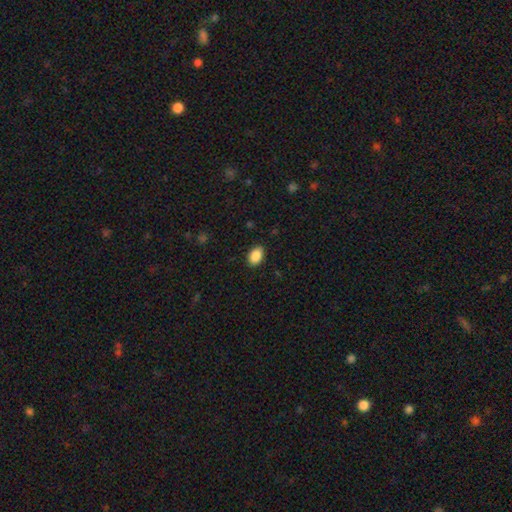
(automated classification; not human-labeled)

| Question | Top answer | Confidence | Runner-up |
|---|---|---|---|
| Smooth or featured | smooth | 89% | star or artifact (7%) |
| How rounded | in between | 88% | round (10%) |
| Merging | none | 88% | minor disturbance (9%) |